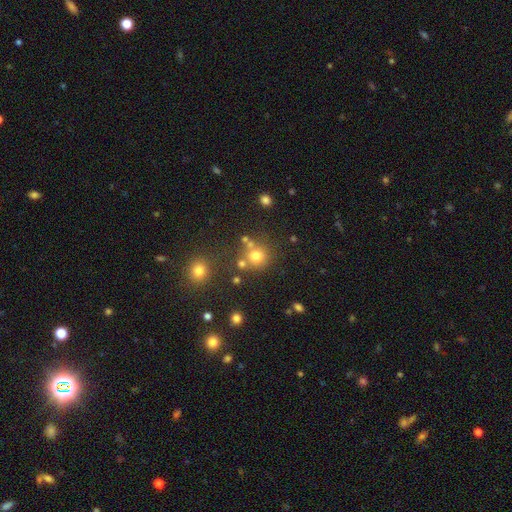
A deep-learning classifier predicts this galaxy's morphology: smooth_or_featured: smooth (p=0.73) [alt: star or artifact p=0.18]
how_rounded: round (p=0.89) [alt: in between p=0.10]
merging: none (p=0.67) [alt: merger p=0.18]